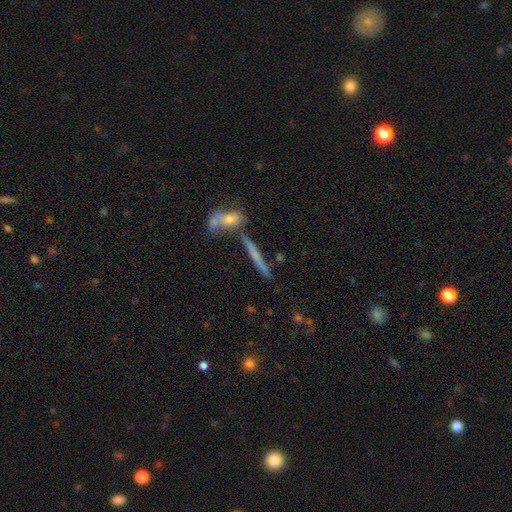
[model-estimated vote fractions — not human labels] A featured or disk galaxy (48%). Merging: none (63%).